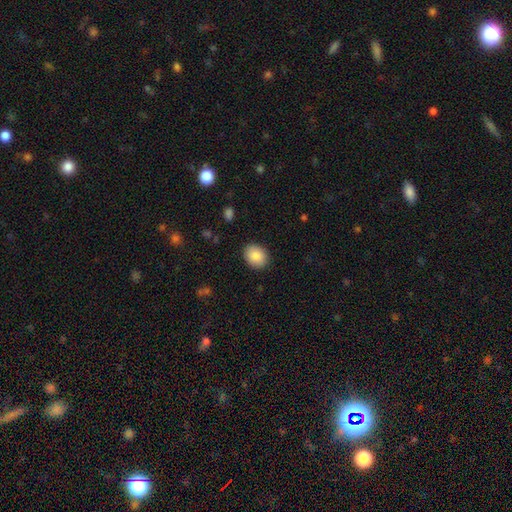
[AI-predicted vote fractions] Q: Smooth or featured?
A: smooth (86%); runner-up: star or artifact (8%)
Q: How rounded?
A: in between (52%); runner-up: round (47%)
Q: Merging?
A: none (89%); runner-up: minor disturbance (8%)